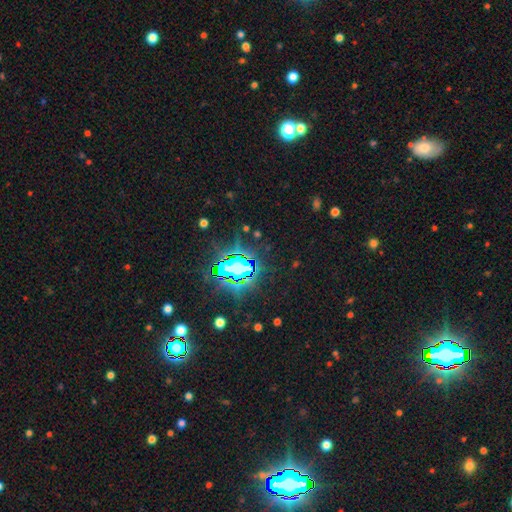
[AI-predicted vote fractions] Smooth or featured? star or artifact (84%)